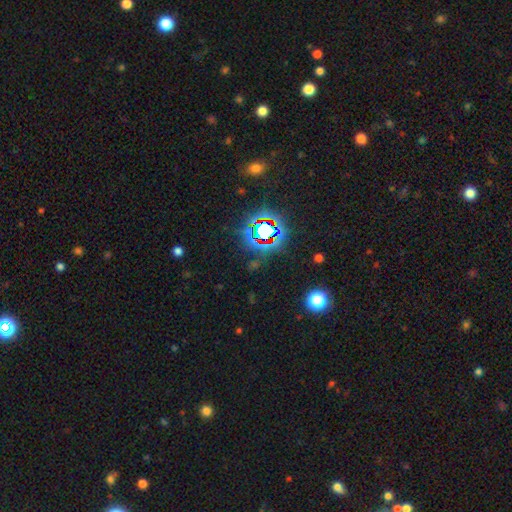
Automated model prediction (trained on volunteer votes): A star or artifact, not a galaxy (81%).

Vote fractions:
- Smooth or featured? star or artifact: 81% / smooth: 12% / featured or disk: 7%